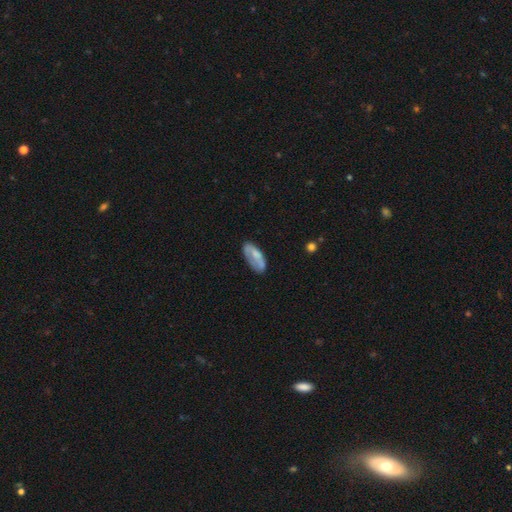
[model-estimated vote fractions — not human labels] A smooth galaxy with no disk features (56%) that is in between round and cigar-shaped (87%).

Vote fractions:
- Smooth or featured? smooth: 56% / featured or disk: 38% / star or artifact: 6%
- How rounded? in between: 87% / cigar-shaped: 10% / round: 3%
- Merging? none: 63% / minor disturbance: 25% / major disturbance: 9% / merger: 2%